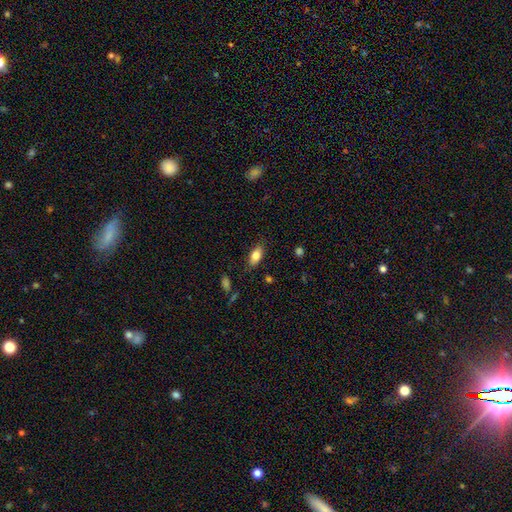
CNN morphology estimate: smooth_or_featured: smooth (p=0.80) [alt: featured or disk p=0.12]
how_rounded: in between (p=0.87) [alt: cigar-shaped p=0.09]
merging: none (p=0.83) [alt: minor disturbance p=0.13]